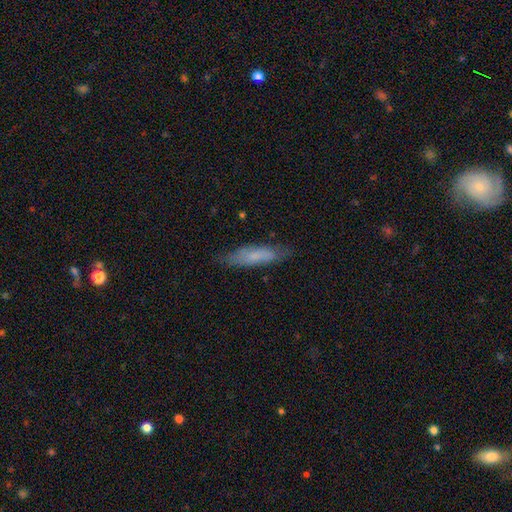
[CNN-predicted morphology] Smooth or featured? Predicted: smooth (p=0.67). How rounded? Predicted: cigar-shaped (p=0.69). Merging? Predicted: none (p=0.78).